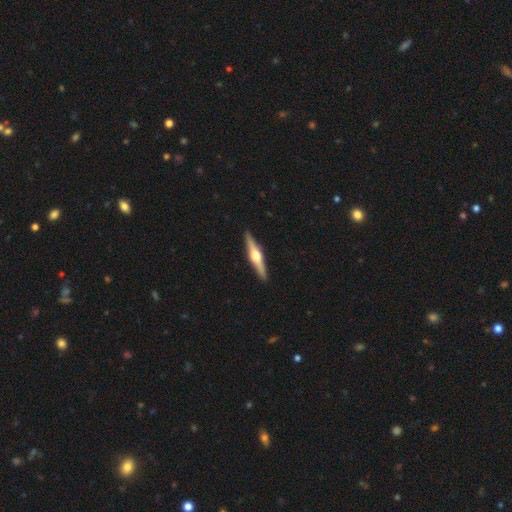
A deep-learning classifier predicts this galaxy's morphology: A featured or disk galaxy (76%) viewed edge-on (98%) with a rounded central bulge (95%).

Vote fractions:
- Smooth or featured? featured or disk: 76% / smooth: 19% / star or artifact: 5%
- Edge-on disk? yes: 98% / no: 2%
- Edge-on bulge? rounded: 95% / boxy: 3% / none: 2%
- Merging? none: 92% / minor disturbance: 6% / major disturbance: 1% / merger: 1%